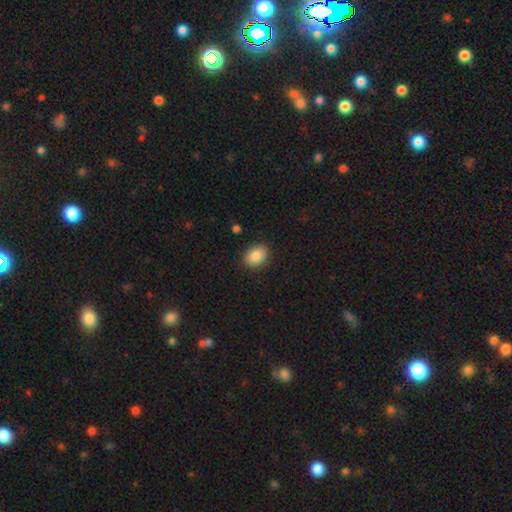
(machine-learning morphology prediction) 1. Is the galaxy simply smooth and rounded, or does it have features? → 86% smooth, 8% star or artifact, 6% featured or disk.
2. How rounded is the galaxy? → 69% in between, 30% round, 1% cigar-shaped.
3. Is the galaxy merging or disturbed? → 88% none, 8% minor disturbance, 2% major disturbance, 1% merger.